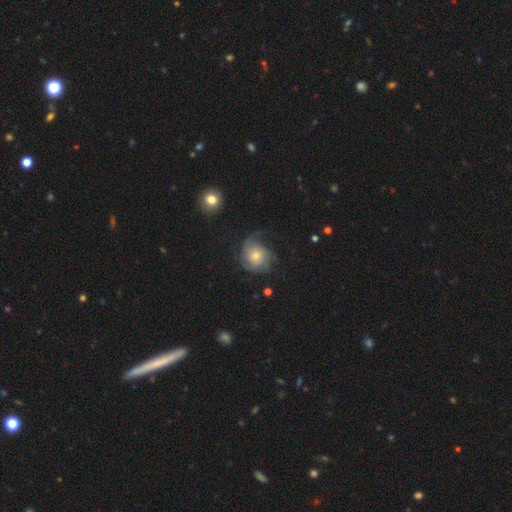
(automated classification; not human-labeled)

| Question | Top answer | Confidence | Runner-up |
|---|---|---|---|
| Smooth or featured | featured or disk | 60% | smooth (32%) |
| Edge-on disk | no | 97% | yes (3%) |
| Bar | no | 79% | weak (18%) |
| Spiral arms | yes | 88% | no (12%) |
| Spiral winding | medium | 38% | tight (37%) |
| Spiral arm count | can't tell | 30% | 2 (27%) |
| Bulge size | small | 47% | moderate (42%) |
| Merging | none | 52% | minor disturbance (23%) |